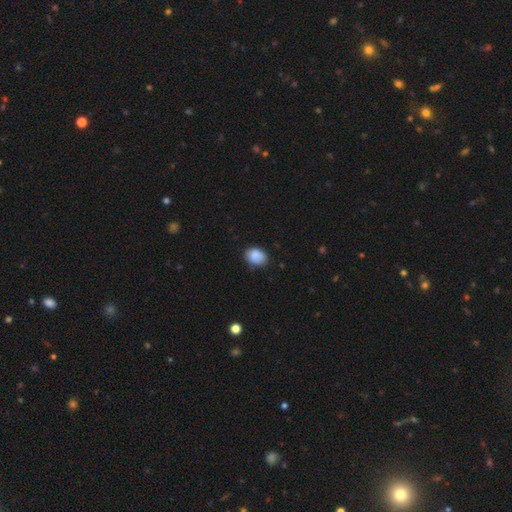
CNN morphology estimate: Smooth or featured? Predicted: smooth (p=0.86). How rounded? Predicted: in between (p=0.66). Merging? Predicted: none (p=0.73).